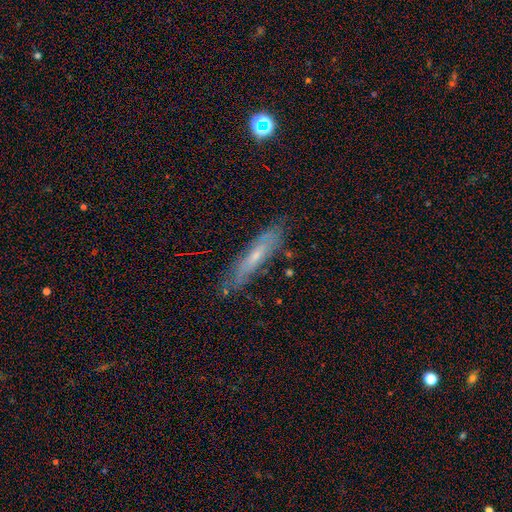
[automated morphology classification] smooth_or_featured: featured or disk (p=0.53) [alt: smooth p=0.38]
disk_edge_on: yes (p=0.56) [alt: no p=0.44]
merging: none (p=0.77) [alt: minor disturbance p=0.17]